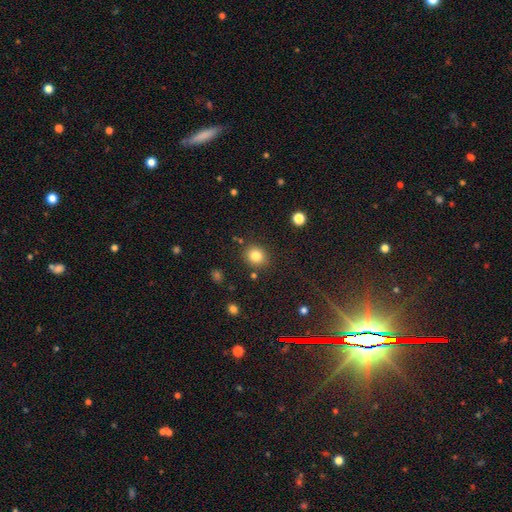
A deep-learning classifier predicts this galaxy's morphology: smooth-or-featured: smooth: 82% | star or artifact: 11% | featured or disk: 6%
  how-rounded: round: 79% | in between: 21% | cigar-shaped: 1%
  merging: none: 85% | minor disturbance: 8% | merger: 4% | major disturbance: 3%